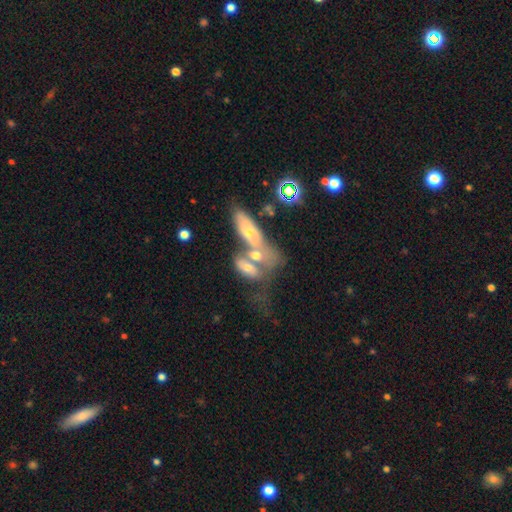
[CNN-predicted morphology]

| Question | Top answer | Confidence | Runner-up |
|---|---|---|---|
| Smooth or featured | smooth | 49% | featured or disk (42%) |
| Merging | merger | 61% | none (20%) |